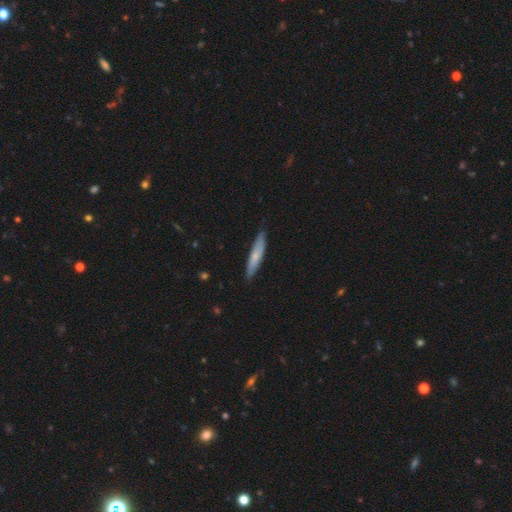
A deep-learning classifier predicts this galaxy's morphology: The model was most divided on "smooth or featured": smooth: 63%, featured or disk: 32%, star or artifact: 5%. More confident: how rounded — cigar-shaped (89%); merging — none (83%).